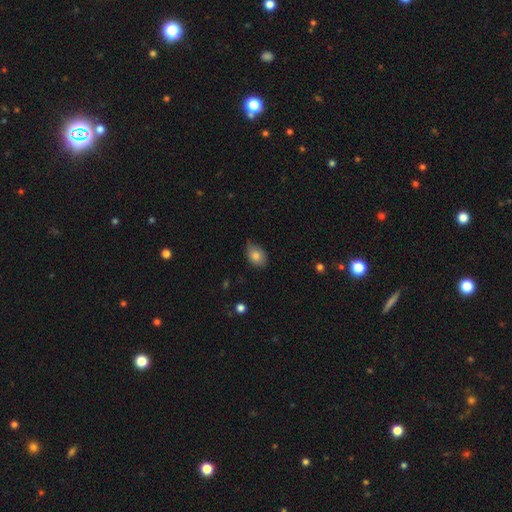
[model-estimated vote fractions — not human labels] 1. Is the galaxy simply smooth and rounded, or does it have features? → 81% smooth, 11% featured or disk, 8% star or artifact.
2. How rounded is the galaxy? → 78% in between, 21% round, 1% cigar-shaped.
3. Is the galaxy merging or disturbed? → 59% none, 34% minor disturbance, 5% major disturbance, 2% merger.